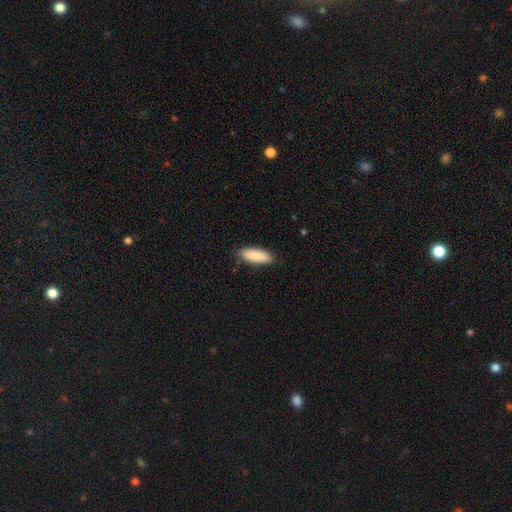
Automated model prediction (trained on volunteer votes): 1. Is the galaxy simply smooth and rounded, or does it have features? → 89% smooth, 6% star or artifact, 5% featured or disk.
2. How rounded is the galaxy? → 55% in between, 44% cigar-shaped, 2% round.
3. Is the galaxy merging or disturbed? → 86% none, 11% minor disturbance, 2% major disturbance, 1% merger.